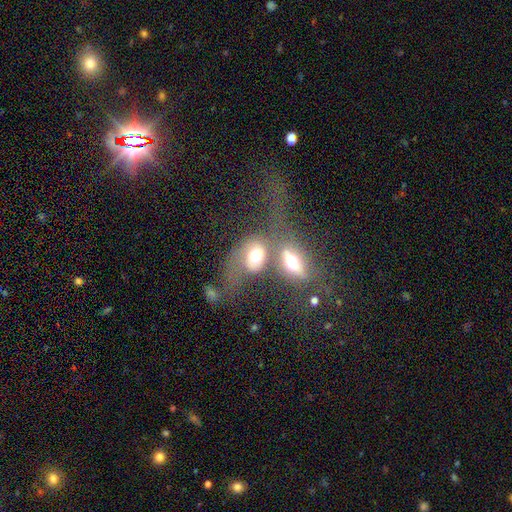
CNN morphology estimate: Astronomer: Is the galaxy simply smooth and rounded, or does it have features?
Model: smooth — 46% (runner-up: featured or disk, 44%).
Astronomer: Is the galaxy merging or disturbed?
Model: merger — 58%.